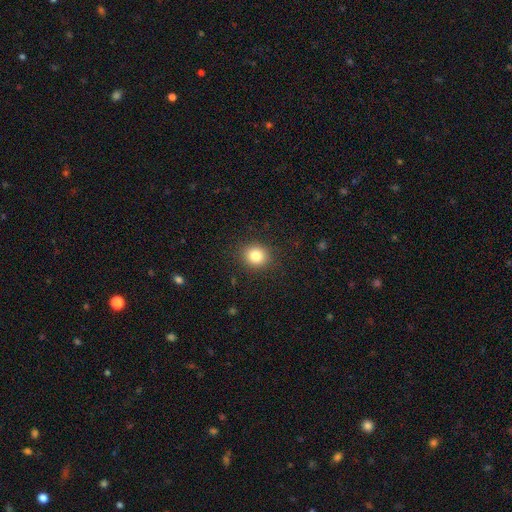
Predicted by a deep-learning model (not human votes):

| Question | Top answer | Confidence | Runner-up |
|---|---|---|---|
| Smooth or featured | smooth | 83% | star or artifact (11%) |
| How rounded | round | 78% | in between (21%) |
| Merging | none | 89% | minor disturbance (7%) |